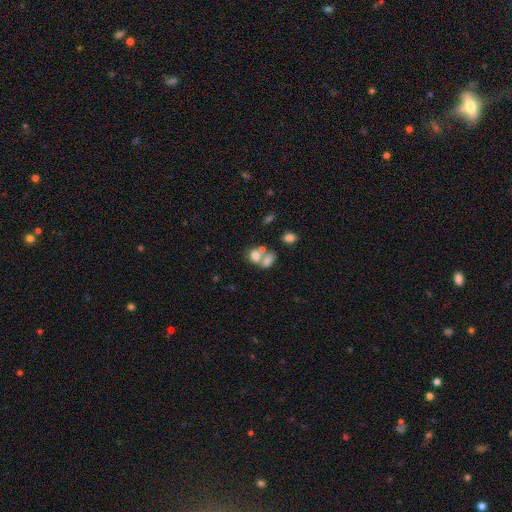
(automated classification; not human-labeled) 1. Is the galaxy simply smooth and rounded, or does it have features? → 71% smooth, 17% featured or disk, 12% star or artifact.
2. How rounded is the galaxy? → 57% in between, 42% round, 1% cigar-shaped.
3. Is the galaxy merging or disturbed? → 58% merger, 27% none, 9% minor disturbance, 6% major disturbance.